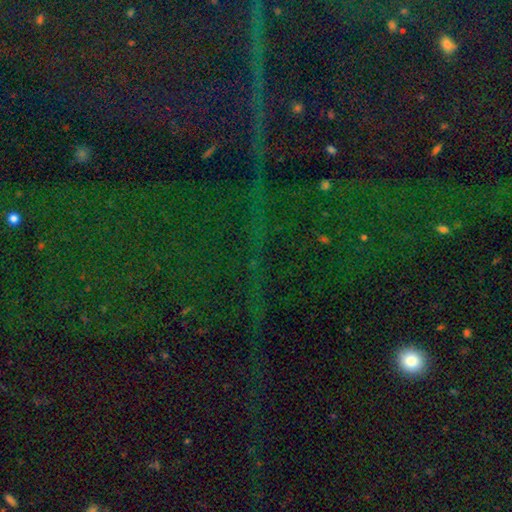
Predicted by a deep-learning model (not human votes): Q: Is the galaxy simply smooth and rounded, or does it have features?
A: star or artifact — 81%.